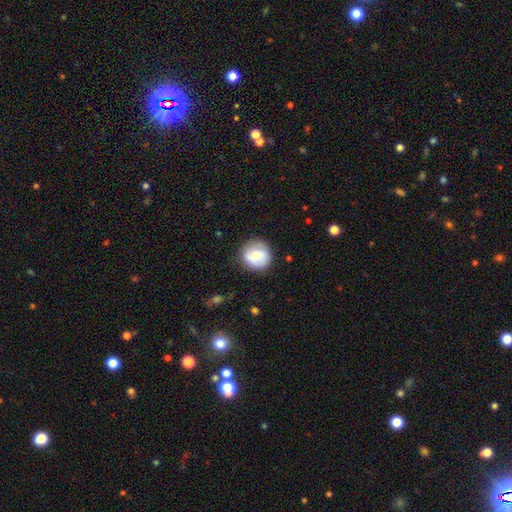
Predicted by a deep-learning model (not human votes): This appears to be a smooth galaxy with no disk features (65%) that is round (91%). Merging: none (83%).